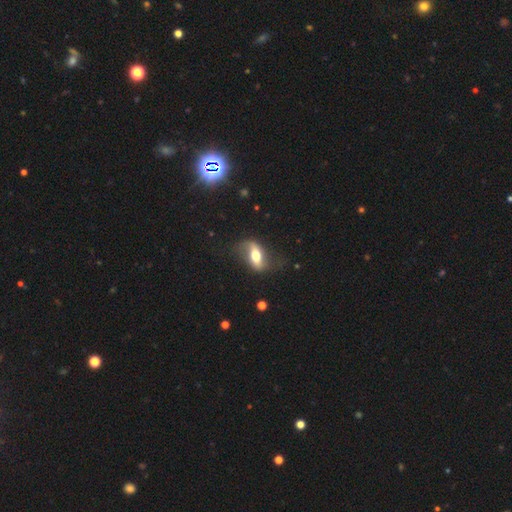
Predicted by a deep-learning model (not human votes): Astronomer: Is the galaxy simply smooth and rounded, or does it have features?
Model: featured or disk — 68%.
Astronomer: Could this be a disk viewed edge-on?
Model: no — 86%.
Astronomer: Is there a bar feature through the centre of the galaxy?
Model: strong — 44% (runner-up: weak, 29%).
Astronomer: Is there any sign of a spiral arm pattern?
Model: yes — 83%.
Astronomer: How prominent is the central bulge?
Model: moderate — 59%.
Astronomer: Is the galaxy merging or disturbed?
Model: none — 63%.